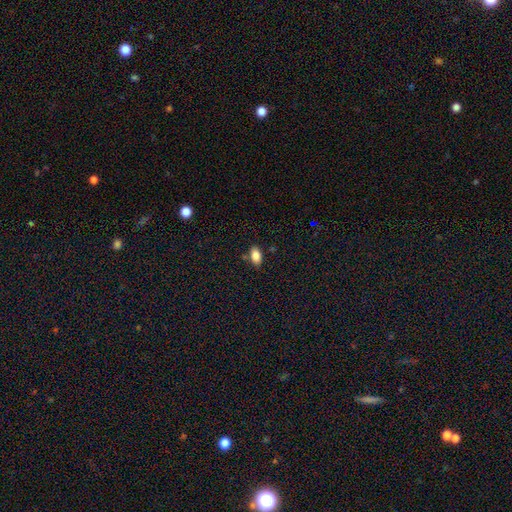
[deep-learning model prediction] Q: Smooth or featured?
A: smooth (84%); runner-up: star or artifact (8%)
Q: How rounded?
A: in between (91%); runner-up: round (5%)
Q: Merging?
A: none (80%); runner-up: minor disturbance (12%)